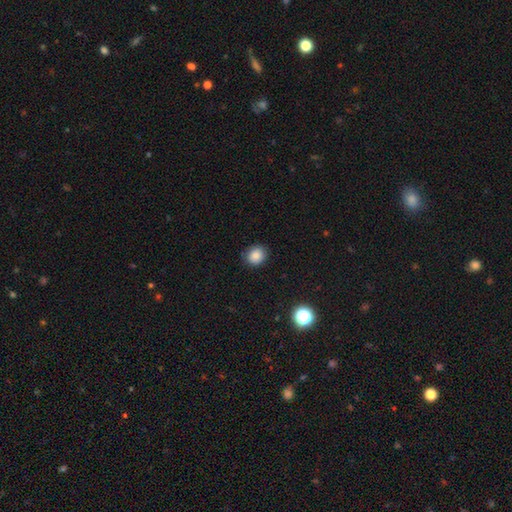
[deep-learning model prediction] This is clearly a smooth galaxy (84%). How rounded: likely round (72%). Merging: clearly none (85%).